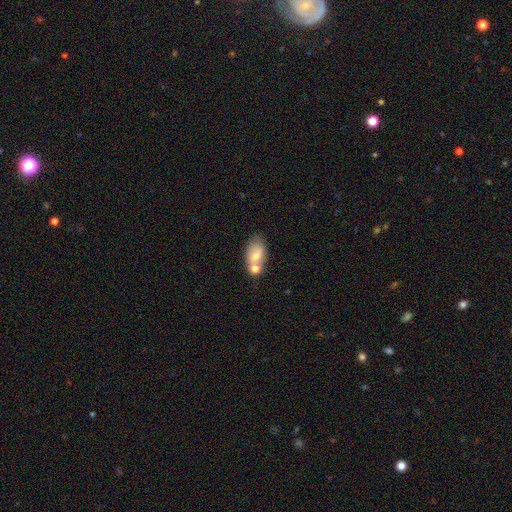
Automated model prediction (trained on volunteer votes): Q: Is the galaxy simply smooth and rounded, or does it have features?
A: smooth — 65%.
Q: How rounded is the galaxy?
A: in between — 87%.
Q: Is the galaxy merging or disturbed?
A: none — 42%.